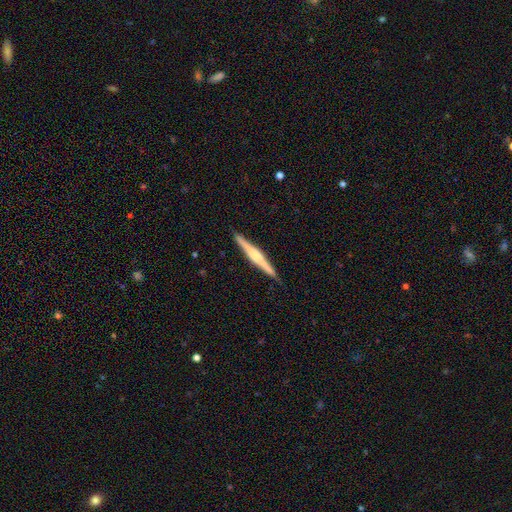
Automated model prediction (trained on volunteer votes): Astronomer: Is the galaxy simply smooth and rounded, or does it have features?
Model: featured or disk — 73%.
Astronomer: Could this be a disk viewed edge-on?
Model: yes — 98%.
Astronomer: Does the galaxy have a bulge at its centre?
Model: rounded — 75%.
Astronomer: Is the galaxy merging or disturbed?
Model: none — 91%.